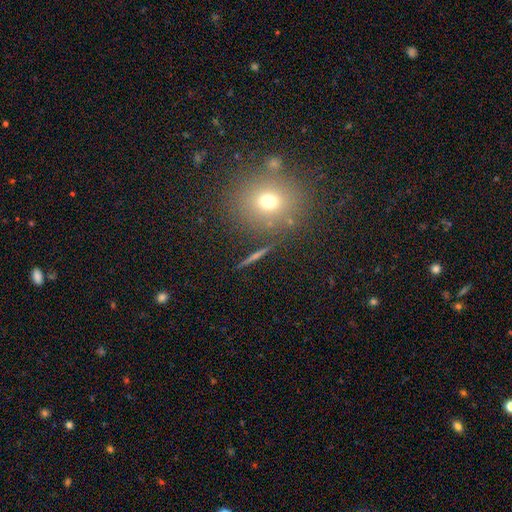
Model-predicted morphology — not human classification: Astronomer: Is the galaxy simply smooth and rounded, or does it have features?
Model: smooth — 43% (runner-up: featured or disk, 32%).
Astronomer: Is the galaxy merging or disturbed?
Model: none — 88%.